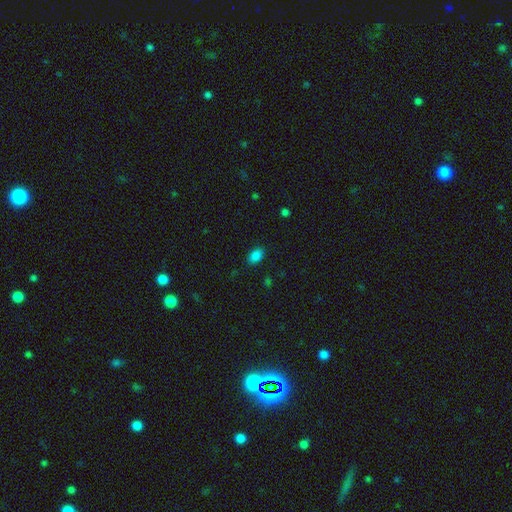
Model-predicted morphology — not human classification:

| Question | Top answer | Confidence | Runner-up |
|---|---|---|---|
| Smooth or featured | smooth | 84% | star or artifact (11%) |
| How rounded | in between | 87% | round (11%) |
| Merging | none | 86% | minor disturbance (11%) |